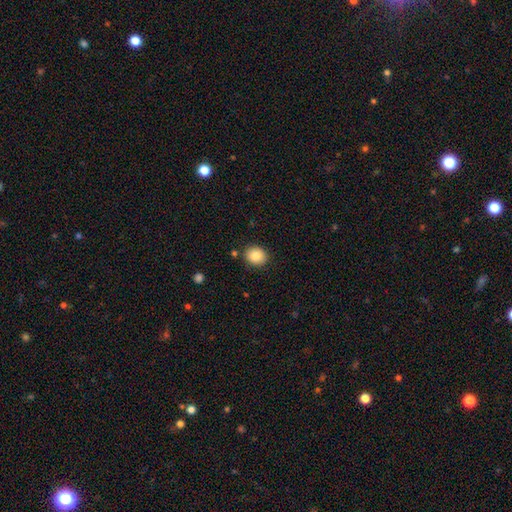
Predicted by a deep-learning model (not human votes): Smooth or featured?
  - smooth: 86% *
  - star or artifact: 9%
  - featured or disk: 5%
How rounded?
  - round: 65% *
  - in between: 34%
  - cigar-shaped: 1%
Merging?
  - none: 86% *
  - minor disturbance: 9%
  - merger: 3%
  - major disturbance: 2%